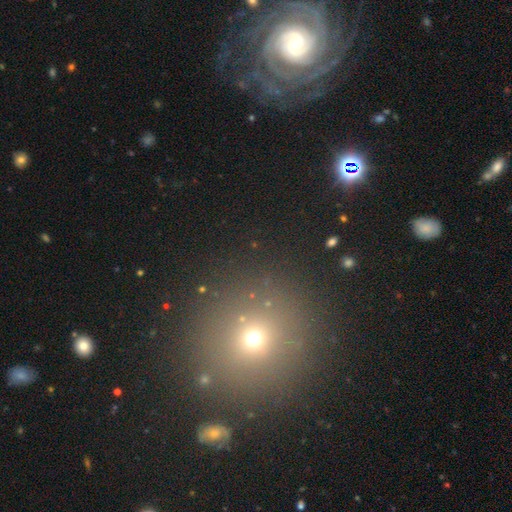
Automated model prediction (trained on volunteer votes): Morphology: type=smooth (49%); merging=none (86%).